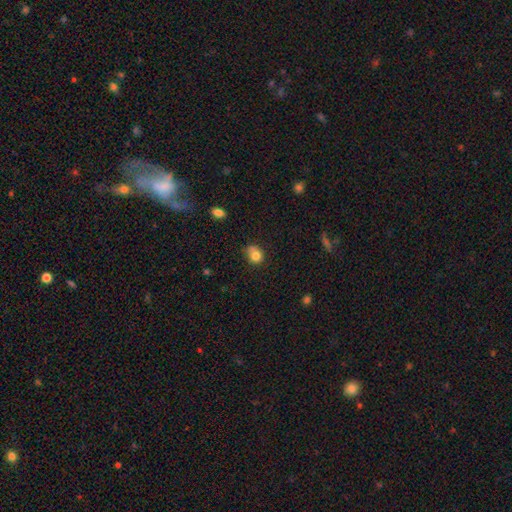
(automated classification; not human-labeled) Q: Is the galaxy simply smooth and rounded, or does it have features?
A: smooth — 79%.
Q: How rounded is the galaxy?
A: round — 63%.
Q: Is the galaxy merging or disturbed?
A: none — 45%.